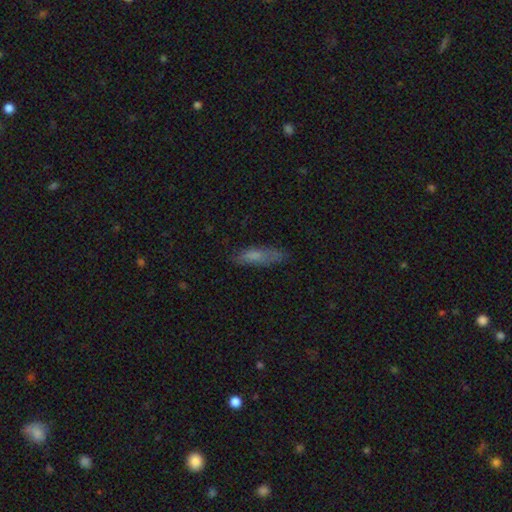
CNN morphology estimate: Smooth or featured? Predicted: smooth (p=0.71). How rounded? Predicted: cigar-shaped (p=0.64). Merging? Predicted: none (p=0.70).